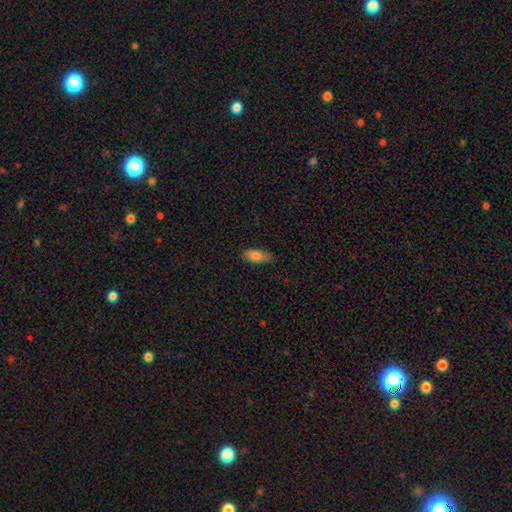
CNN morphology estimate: Q: Smooth or featured?
A: smooth (83%); runner-up: featured or disk (10%)
Q: How rounded?
A: in between (84%); runner-up: cigar-shaped (14%)
Q: Merging?
A: none (84%); runner-up: minor disturbance (13%)